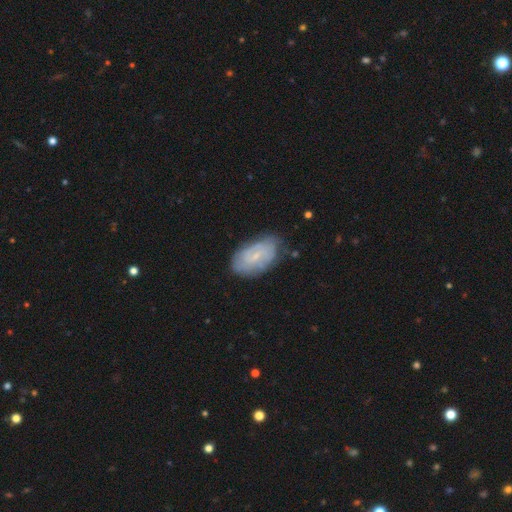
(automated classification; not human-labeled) smooth_or_featured: featured or disk (p=0.61) [alt: smooth p=0.30]
disk_edge_on: no (p=0.95) [alt: yes p=0.05]
bar: weak (p=0.49) [alt: no p=0.40]
has_spiral_arms: yes (p=0.77) [alt: no p=0.23]
bulge_size: small (p=0.72) [alt: moderate p=0.15]
merging: none (p=0.69) [alt: minor disturbance p=0.23]